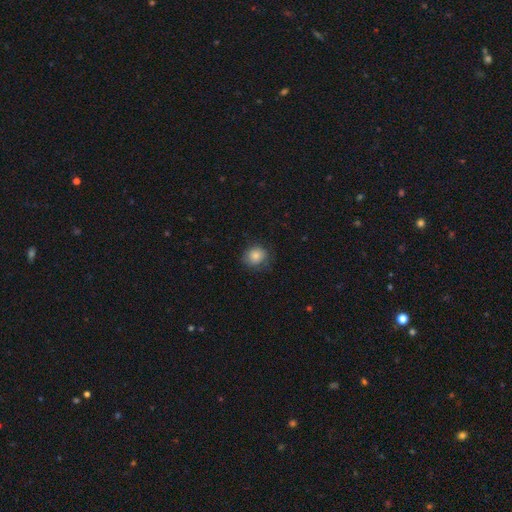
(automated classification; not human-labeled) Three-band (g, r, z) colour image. It shows a smooth galaxy with no disk features (82%) that is round (75%). Merging: none (75%).